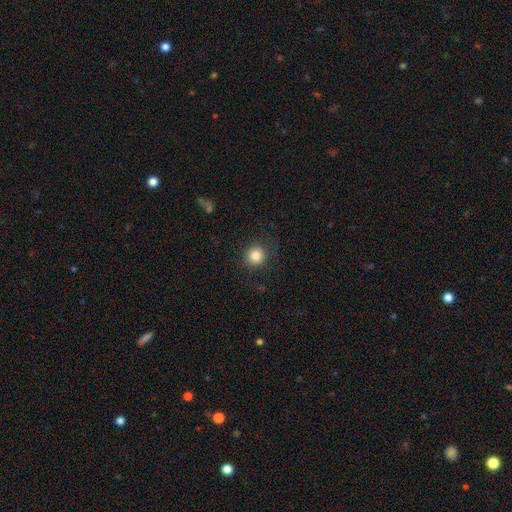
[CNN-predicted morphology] smooth-or-featured: smooth: 82% | star or artifact: 11% | featured or disk: 7%
  how-rounded: round: 94% | in between: 5% | cigar-shaped: 1%
  merging: none: 87% | minor disturbance: 8% | major disturbance: 4% | merger: 1%